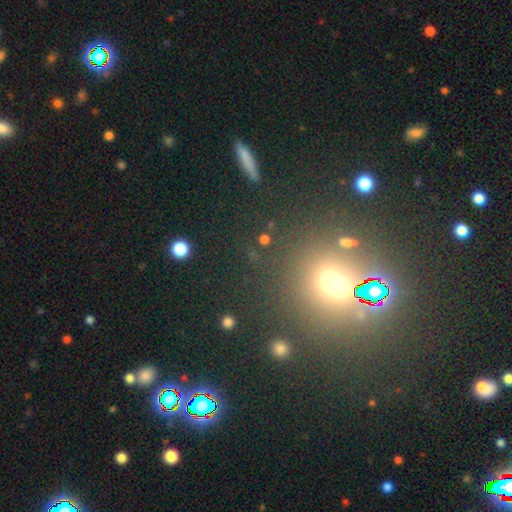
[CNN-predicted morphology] Smooth or featured? star or artifact (54%)